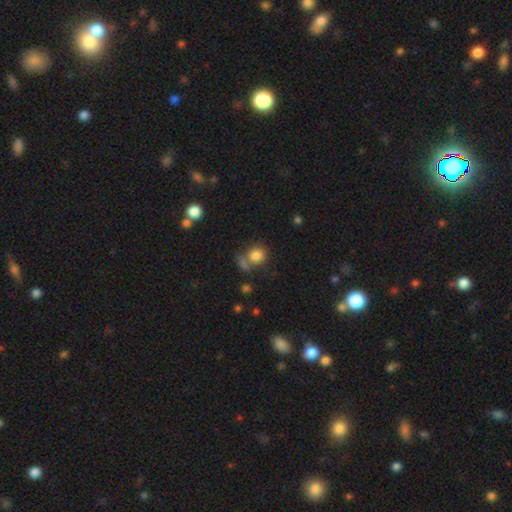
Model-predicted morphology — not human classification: Smooth or featured: smooth — 82% (star or artifact — 11%)
How rounded: round — 77% (in between — 22%)
Merging: none — 54% (merger — 24%)